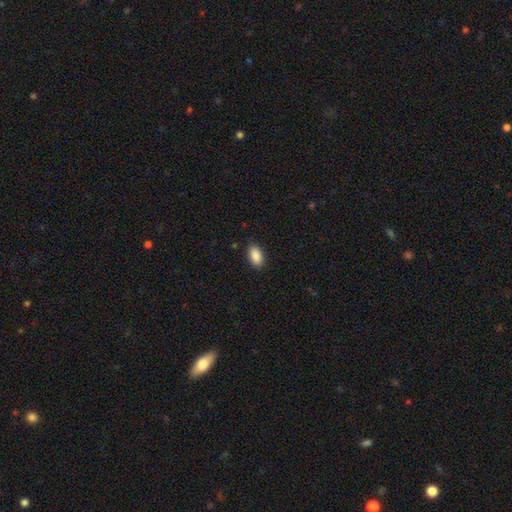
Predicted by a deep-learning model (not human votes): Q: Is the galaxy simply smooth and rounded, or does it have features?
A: smooth — 90%.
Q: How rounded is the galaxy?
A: in between — 93%.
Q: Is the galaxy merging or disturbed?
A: none — 89%.